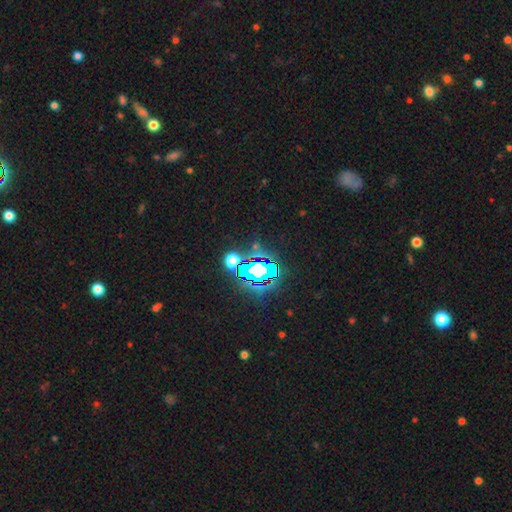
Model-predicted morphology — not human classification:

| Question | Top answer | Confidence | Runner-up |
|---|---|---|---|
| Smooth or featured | star or artifact | 83% | smooth (10%) |